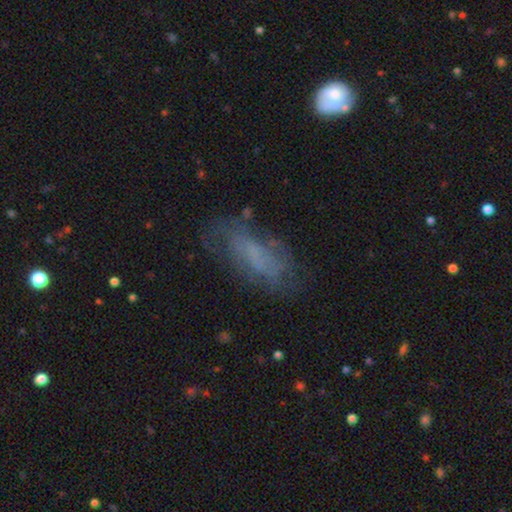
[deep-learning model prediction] Morphology: type=smooth (45%); merging=none (60%).